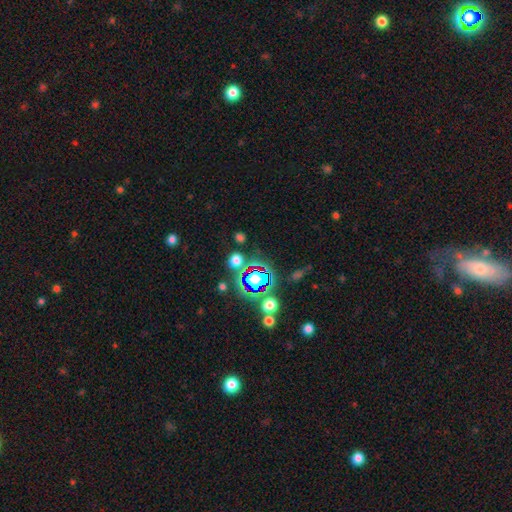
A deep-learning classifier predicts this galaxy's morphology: A star or artifact, not a galaxy (71%).